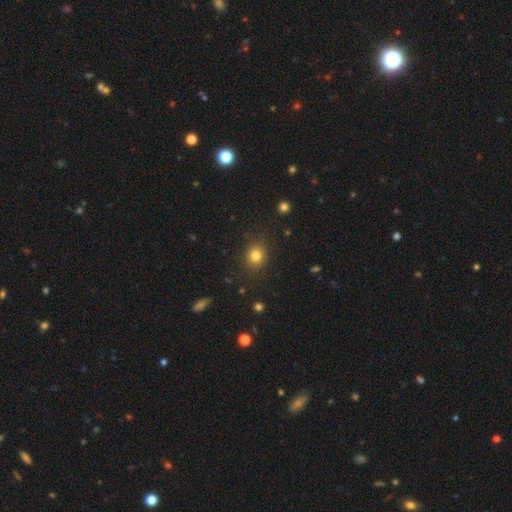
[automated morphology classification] Q: Smooth or featured?
A: smooth (81%); runner-up: star or artifact (13%)
Q: How rounded?
A: round (72%); runner-up: in between (27%)
Q: Merging?
A: none (86%); runner-up: minor disturbance (10%)